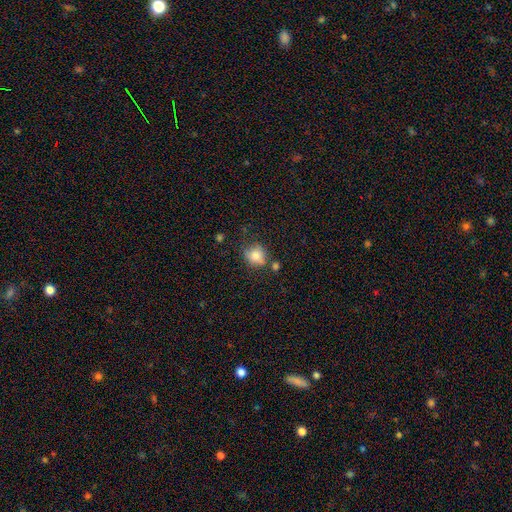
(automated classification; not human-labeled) This appears to be a smooth galaxy with no disk features (82%) that is round (74%). Merging: none (66%).